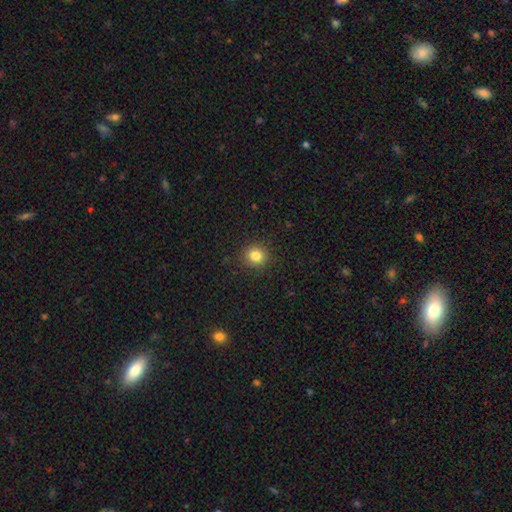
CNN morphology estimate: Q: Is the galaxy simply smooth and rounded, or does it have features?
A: smooth — 82%.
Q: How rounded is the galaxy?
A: round — 88%.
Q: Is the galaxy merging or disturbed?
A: none — 90%.